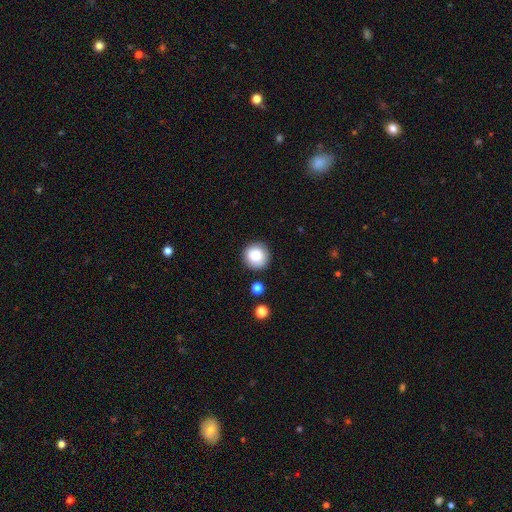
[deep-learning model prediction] Smooth or featured? Predicted: smooth (p=0.84). How rounded? Predicted: round (p=0.94). Merging? Predicted: none (p=0.87).